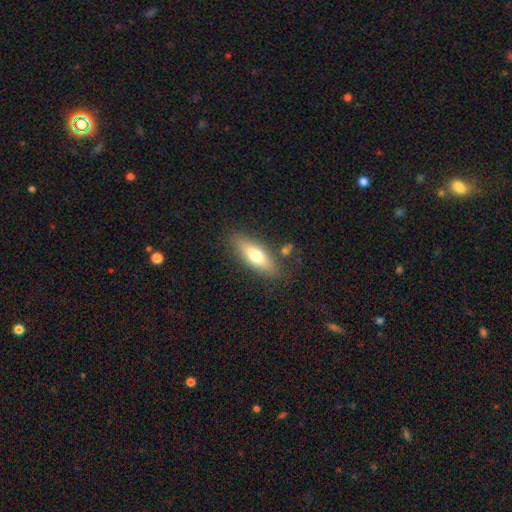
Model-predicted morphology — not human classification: Overall: smooth (65%; featured or disk 28%). How rounded: in between (58%; cigar-shaped 39%). Merging: none (80%).